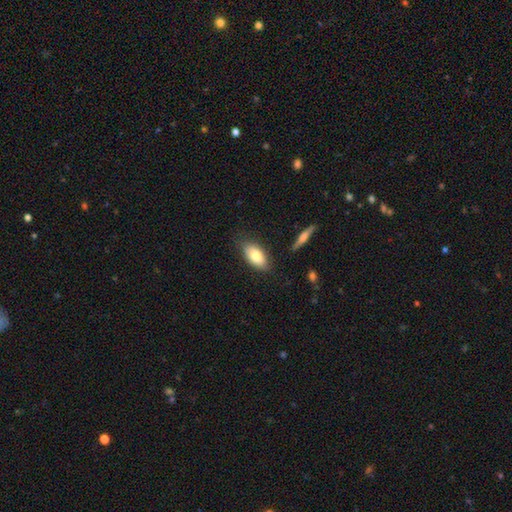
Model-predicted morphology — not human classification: type=smooth (77%); roundness=in between (90%); merging=none (81%).